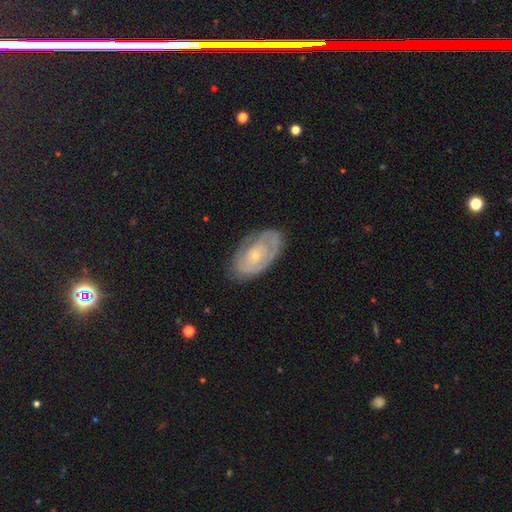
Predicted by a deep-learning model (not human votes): The model was most divided on "spiral arms": yes: 65%, no: 35%. More confident: edge-on disk — no (94%); bar — no (83%); merging — none (75%); bulge size — small (73%); smooth or featured — featured or disk (70%).